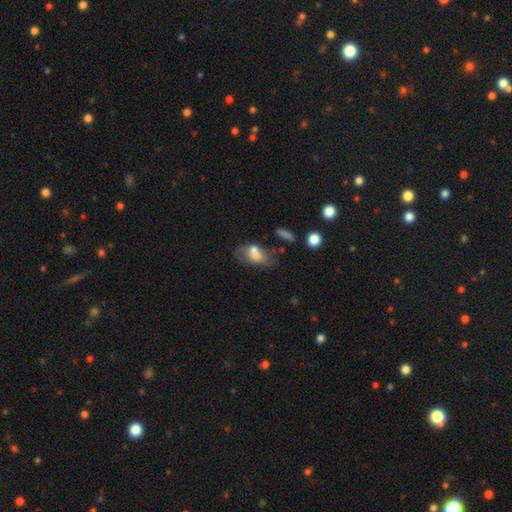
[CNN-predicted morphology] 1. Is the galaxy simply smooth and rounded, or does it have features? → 65% smooth, 26% featured or disk, 10% star or artifact.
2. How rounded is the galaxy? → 85% in between, 10% round, 4% cigar-shaped.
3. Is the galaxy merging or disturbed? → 36% none, 27% merger, 22% minor disturbance, 15% major disturbance.